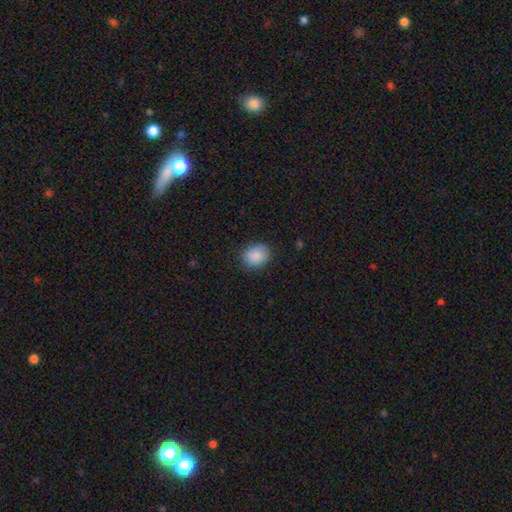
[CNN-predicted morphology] A smooth galaxy with no disk features (88%) that is round (56%). Merging: none (85%).